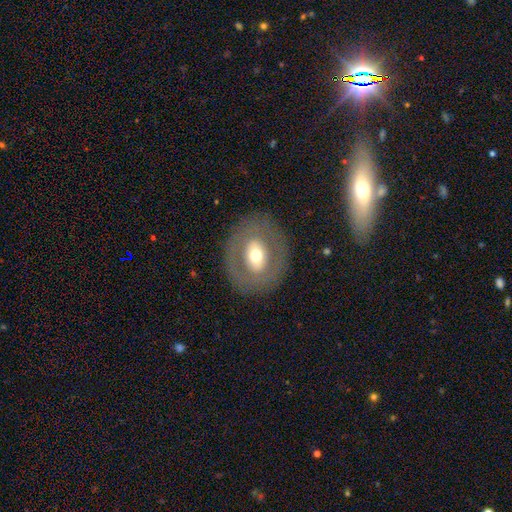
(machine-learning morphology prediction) Overall: featured or disk (51%; smooth 42%). Edge-on disk: no (91%). Merging: none (81%).